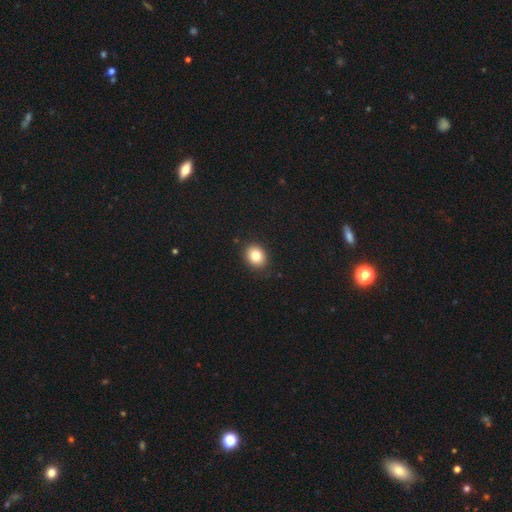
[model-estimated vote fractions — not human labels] This is clearly a smooth galaxy (83%). How rounded: possibly round (58%). Merging: clearly none (89%).